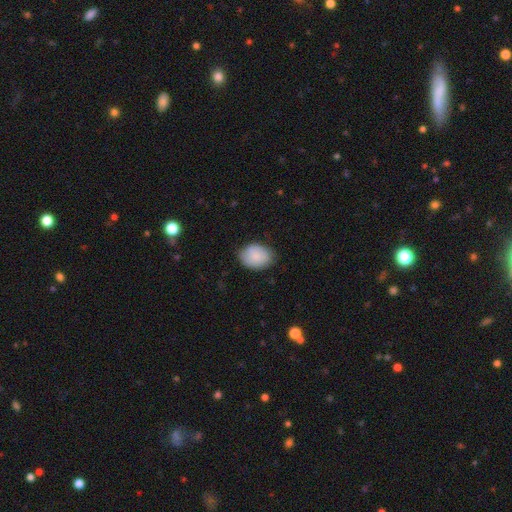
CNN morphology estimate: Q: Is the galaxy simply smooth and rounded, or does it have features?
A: smooth — 81%.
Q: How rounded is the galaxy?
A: in between — 66%.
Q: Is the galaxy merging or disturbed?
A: none — 77%.